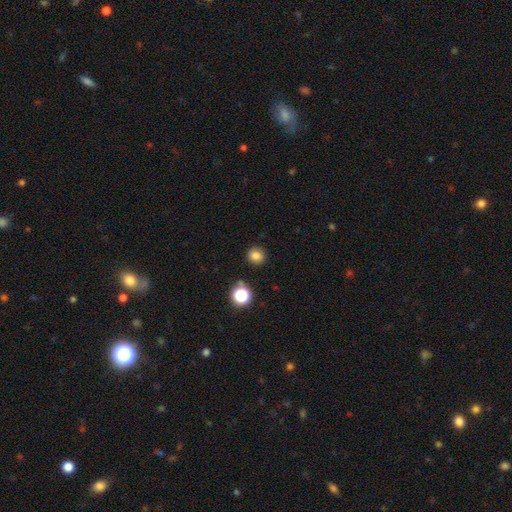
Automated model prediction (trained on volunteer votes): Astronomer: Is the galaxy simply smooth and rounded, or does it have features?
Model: smooth — 81%.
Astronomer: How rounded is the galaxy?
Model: round — 82%.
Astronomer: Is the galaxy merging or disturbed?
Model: none — 86%.